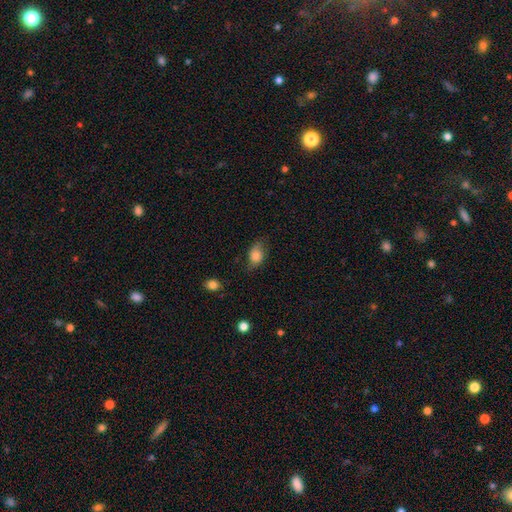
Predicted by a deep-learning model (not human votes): This appears to be a smooth galaxy with no disk features (79%) that is in between round and cigar-shaped (75%). Merging: none (61%).